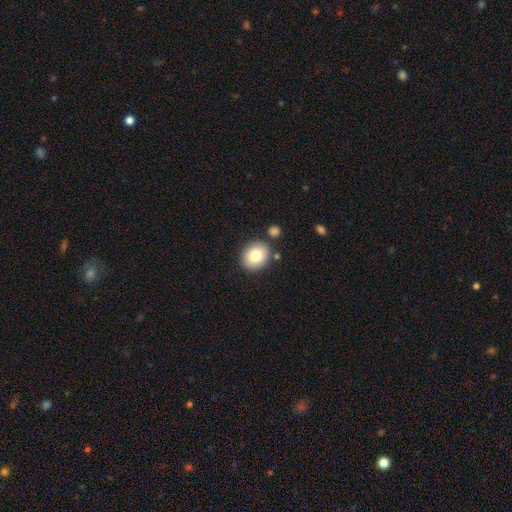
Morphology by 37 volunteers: A smooth galaxy with no disk features (78%) that is round (55%). Merging: none (83%).